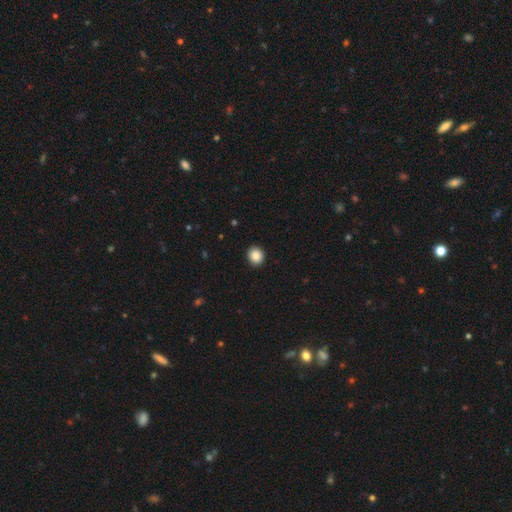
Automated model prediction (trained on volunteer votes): Overall: smooth (88%). How rounded: round (80%). Merging: none (92%).